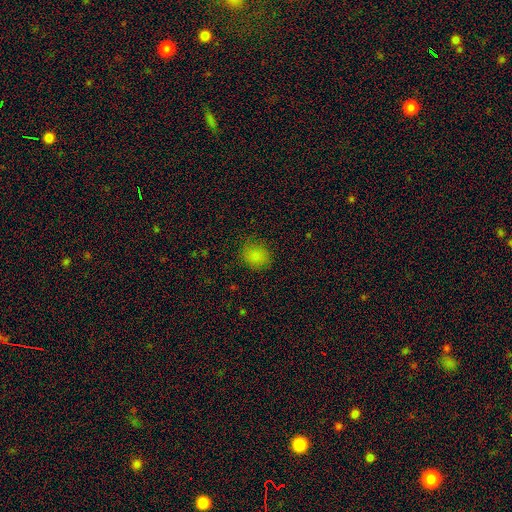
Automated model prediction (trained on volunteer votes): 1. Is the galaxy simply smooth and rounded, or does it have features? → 83% smooth, 12% star or artifact, 5% featured or disk.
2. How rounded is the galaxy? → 69% round, 30% in between, 1% cigar-shaped.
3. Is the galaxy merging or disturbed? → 78% none, 16% minor disturbance, 4% major disturbance, 1% merger.